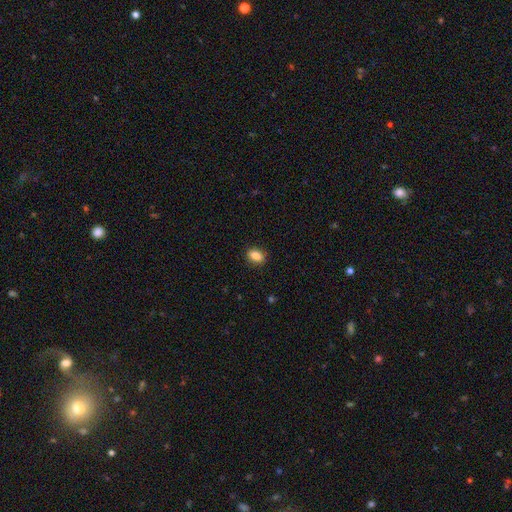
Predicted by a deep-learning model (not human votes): Q: Smooth or featured?
A: smooth (83%); runner-up: featured or disk (9%)
Q: How rounded?
A: in between (77%); runner-up: round (19%)
Q: Merging?
A: none (88%); runner-up: minor disturbance (9%)